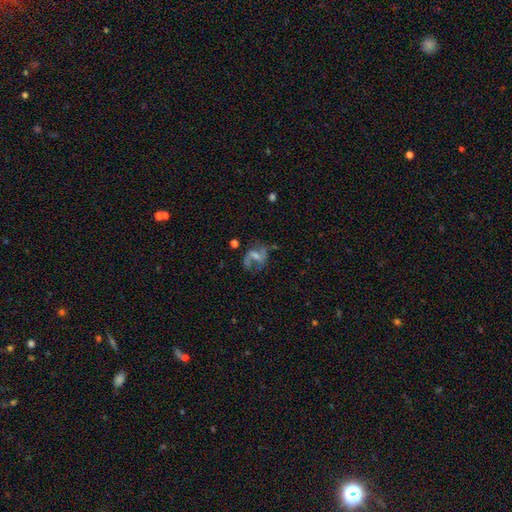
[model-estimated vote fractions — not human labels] This is likely a featured or disk galaxy (68%). It is clearly not viewed edge-on (96%). Bar: marginally weak (44%). Spiral arm pattern: likely yes (78%). Spiral arm count: likely 2 (76%). Spiral winding: possibly loose (48%). Central bulge: marginally small (44%). Merging: possibly none (56%).